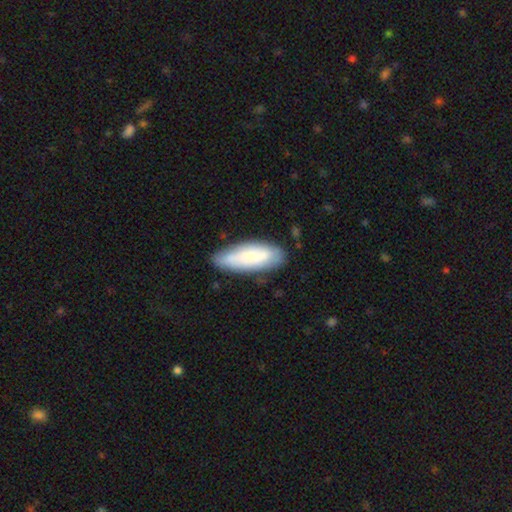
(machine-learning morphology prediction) The model was most divided on "smooth or featured": smooth: 67%, featured or disk: 27%, star or artifact: 6%. More confident: merging — none (73%); how rounded — in between (71%).